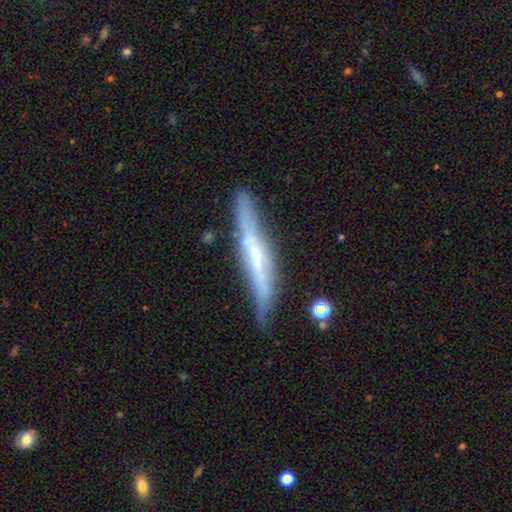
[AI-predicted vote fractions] This appears to be a featured or disk galaxy (65%) viewed edge-on (89%) with no central bulge (49%). Merging: none (74%).